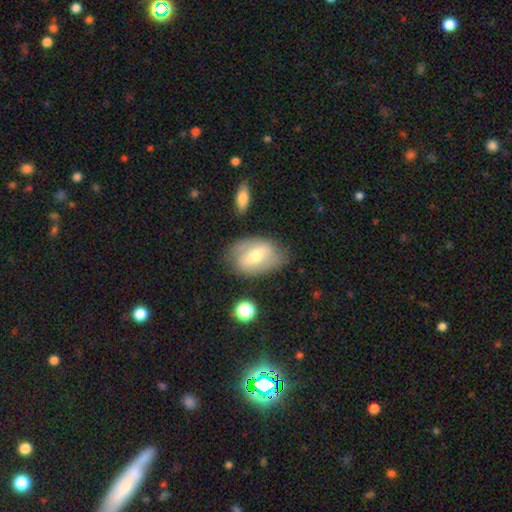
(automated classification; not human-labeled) Smooth or featured? Predicted: featured or disk (p=0.47). Merging? Predicted: none (p=0.71).